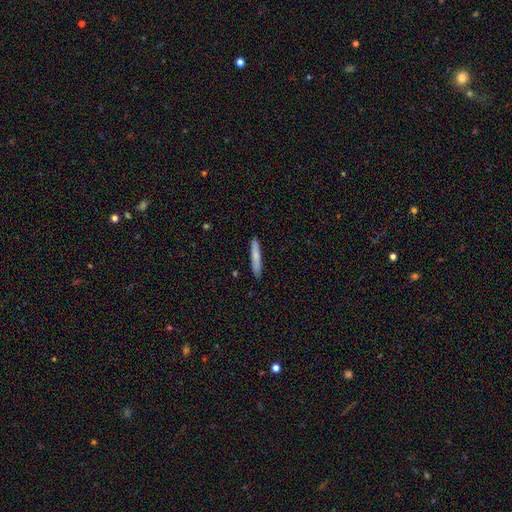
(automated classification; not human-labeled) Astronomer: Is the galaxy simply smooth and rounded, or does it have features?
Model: smooth — 75%.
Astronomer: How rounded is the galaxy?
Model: cigar-shaped — 95%.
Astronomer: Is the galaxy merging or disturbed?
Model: none — 89%.